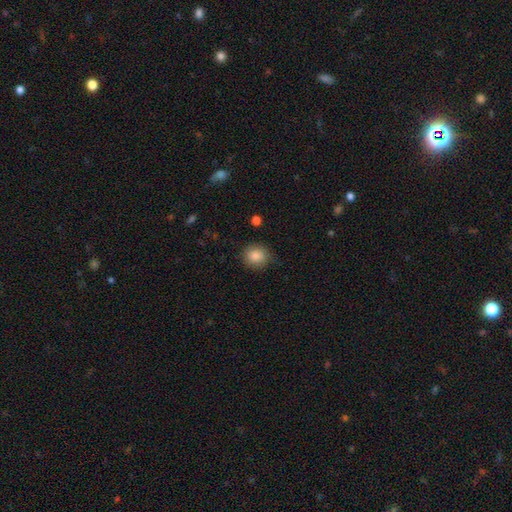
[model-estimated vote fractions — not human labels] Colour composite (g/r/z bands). It shows a smooth galaxy with no disk features (86%) that is round (83%). Merging: none (85%).